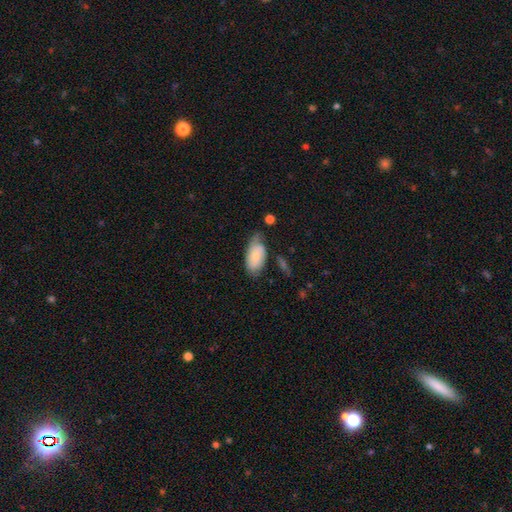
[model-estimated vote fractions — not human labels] A smooth galaxy with no disk features (68%) that is in between round and cigar-shaped (93%). Merging: none (47%).